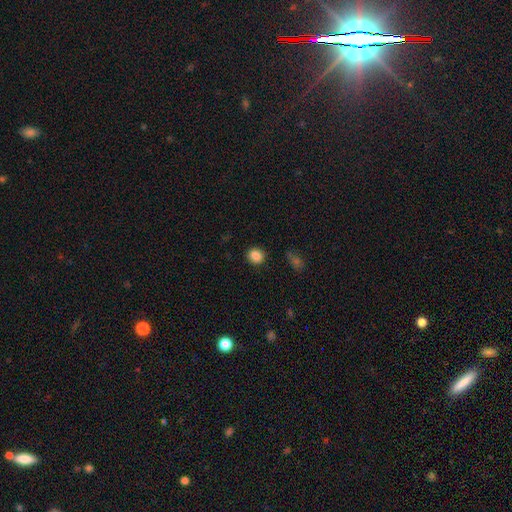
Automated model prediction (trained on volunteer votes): Q: Smooth or featured?
A: smooth (86%); runner-up: star or artifact (10%)
Q: How rounded?
A: round (78%); runner-up: in between (21%)
Q: Merging?
A: none (88%); runner-up: minor disturbance (8%)